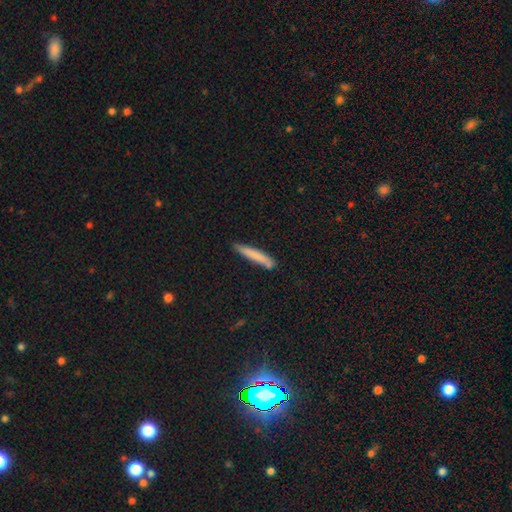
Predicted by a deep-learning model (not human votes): smooth-or-featured: smooth: 78% | featured or disk: 16% | star or artifact: 6%
  how-rounded: cigar-shaped: 94% | in between: 5% | round: 1%
  merging: none: 81% | minor disturbance: 13% | merger: 3% | major disturbance: 2%